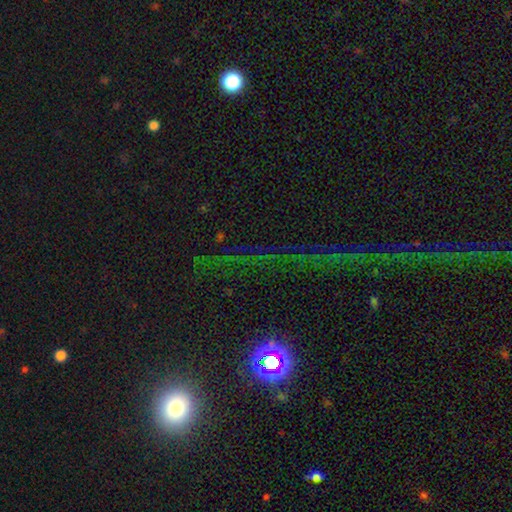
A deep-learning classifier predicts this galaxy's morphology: type=star or artifact (54%).